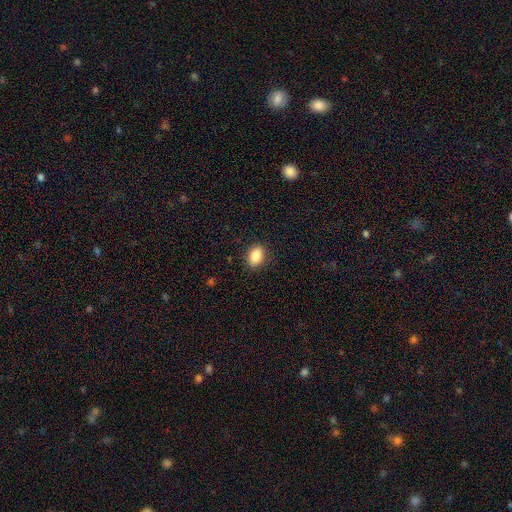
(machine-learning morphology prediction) Smooth or featured?
  - smooth: 87% *
  - star or artifact: 8%
  - featured or disk: 5%
How rounded?
  - in between: 80% *
  - round: 19%
  - cigar-shaped: 1%
Merging?
  - none: 88% *
  - minor disturbance: 9%
  - major disturbance: 2%
  - merger: 1%